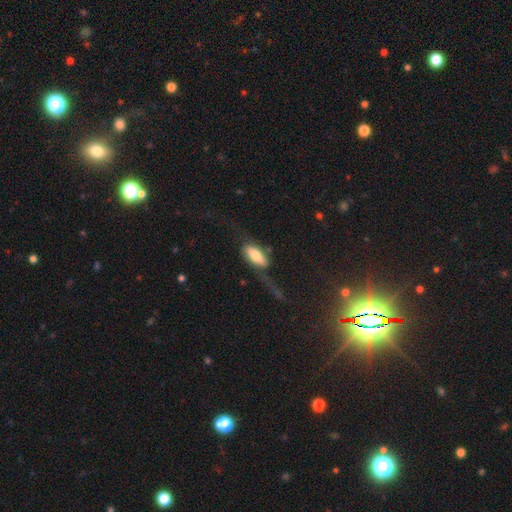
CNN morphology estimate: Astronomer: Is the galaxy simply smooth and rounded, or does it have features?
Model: smooth — 60%.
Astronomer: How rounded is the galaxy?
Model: in between — 83%.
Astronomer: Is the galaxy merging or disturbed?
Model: none — 39% (runner-up: major disturbance, 37%).